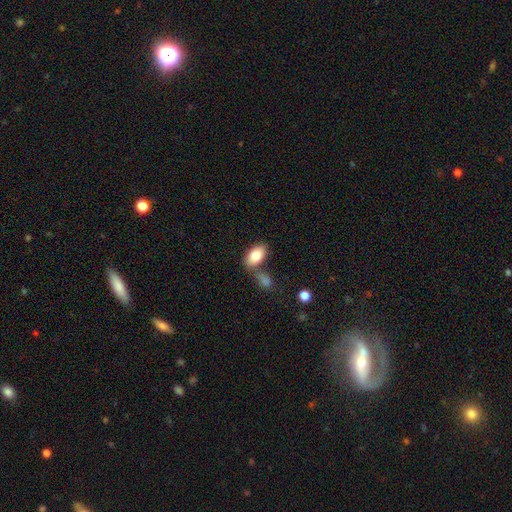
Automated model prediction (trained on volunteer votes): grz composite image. It shows a smooth galaxy with no disk features (82%) that is in between round and cigar-shaped (93%). Merging: none (59%).